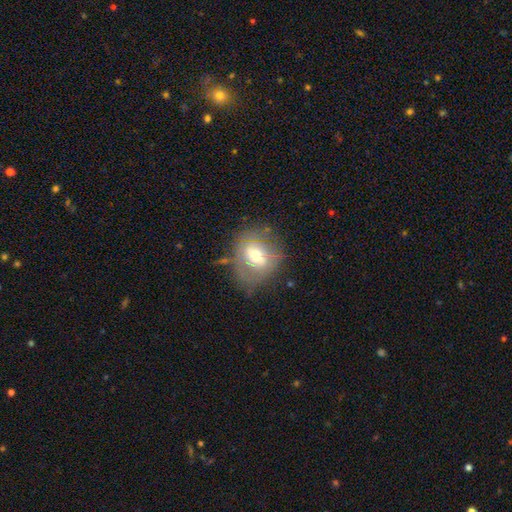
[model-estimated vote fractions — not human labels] A smooth galaxy with no disk features (49%). Merging: none (57%).